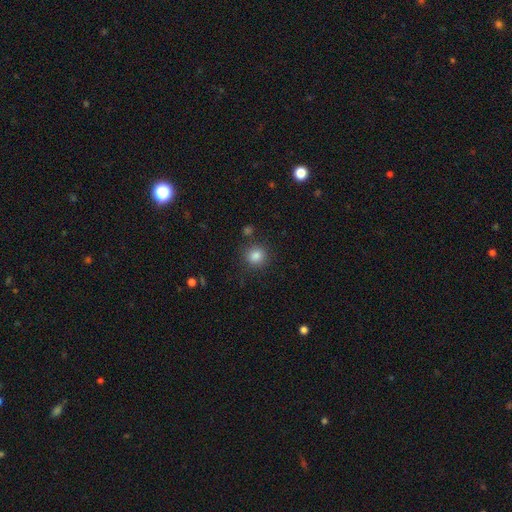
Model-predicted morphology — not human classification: smooth-or-featured: smooth: 84% | star or artifact: 12% | featured or disk: 5%
  how-rounded: round: 86% | in between: 13% | cigar-shaped: 1%
  merging: none: 85% | minor disturbance: 9% | merger: 4% | major disturbance: 3%